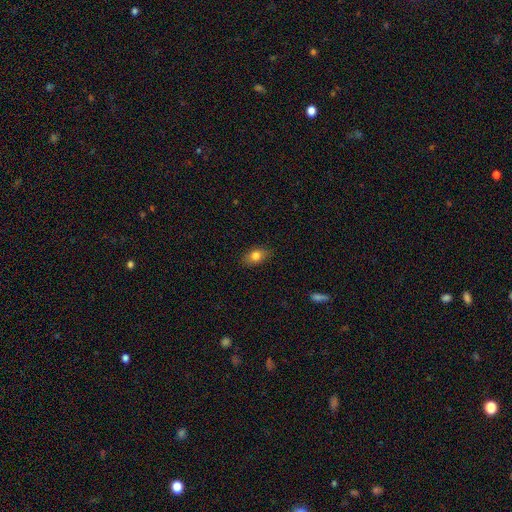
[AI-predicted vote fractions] smooth-or-featured: smooth: 81% | featured or disk: 10% | star or artifact: 9%
  how-rounded: in between: 81% | round: 17% | cigar-shaped: 2%
  merging: none: 85% | minor disturbance: 11% | major disturbance: 2% | merger: 1%